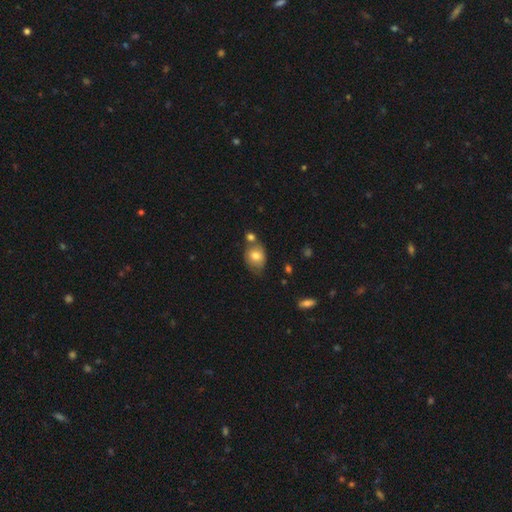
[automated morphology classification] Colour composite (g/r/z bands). It shows a smooth galaxy with no disk features (76%) that is in between round and cigar-shaped (62%). Merging: none (53%).